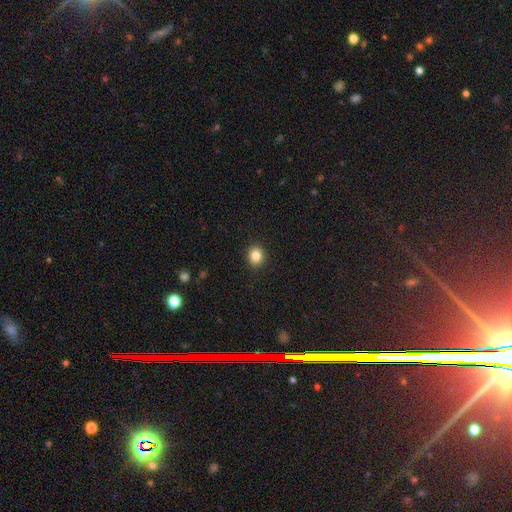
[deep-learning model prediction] Smooth or featured?
  - smooth: 84% *
  - star or artifact: 10%
  - featured or disk: 5%
How rounded?
  - round: 80% *
  - in between: 19%
  - cigar-shaped: 1%
Merging?
  - none: 92% *
  - minor disturbance: 5%
  - major disturbance: 2%
  - merger: 1%